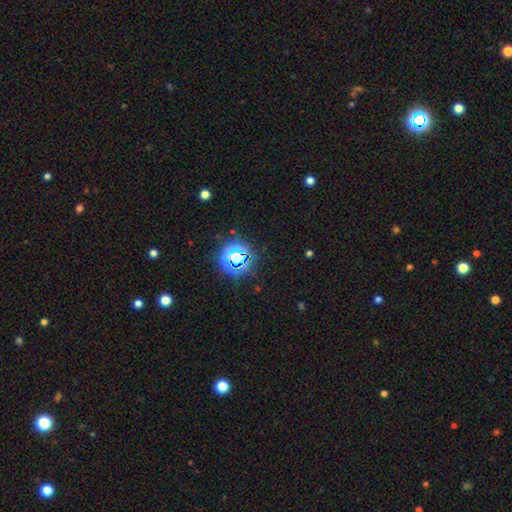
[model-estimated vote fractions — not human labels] Smooth or featured: star or artifact — 78% (smooth — 16%)